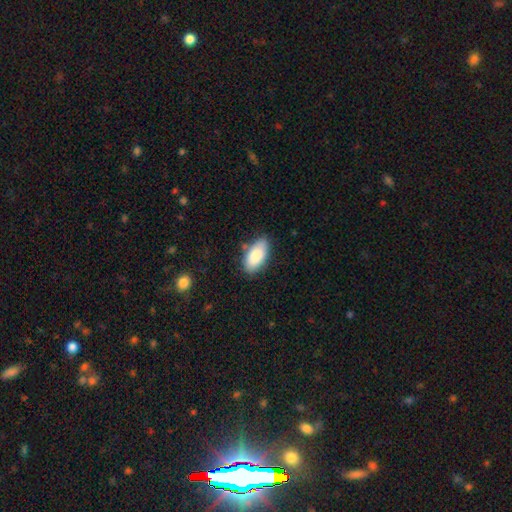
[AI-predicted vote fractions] This is clearly a smooth galaxy (86%). How rounded: clearly in between (93%). Merging: likely none (80%).